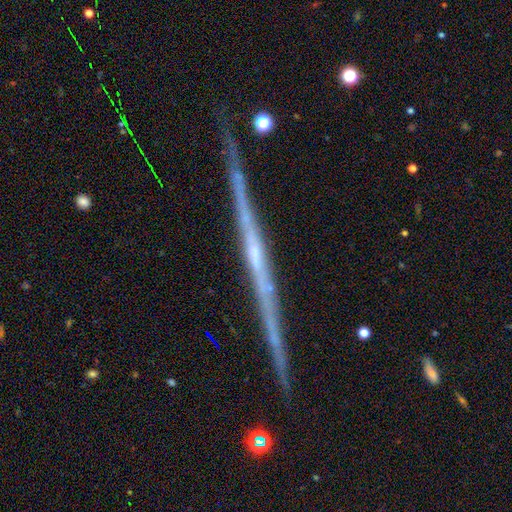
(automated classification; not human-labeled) Smooth or featured: featured or disk — 78% (star or artifact — 12%)
Edge-on disk: yes — 98% (no — 2%)
Edge-on bulge: none — 54% (rounded — 36%)
Merging: none — 90% (minor disturbance — 7%)